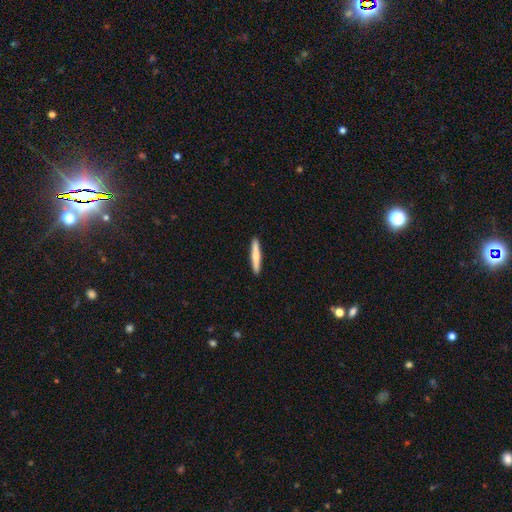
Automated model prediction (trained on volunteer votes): Overall: smooth (69%). How rounded: cigar-shaped (94%). Merging: none (92%).